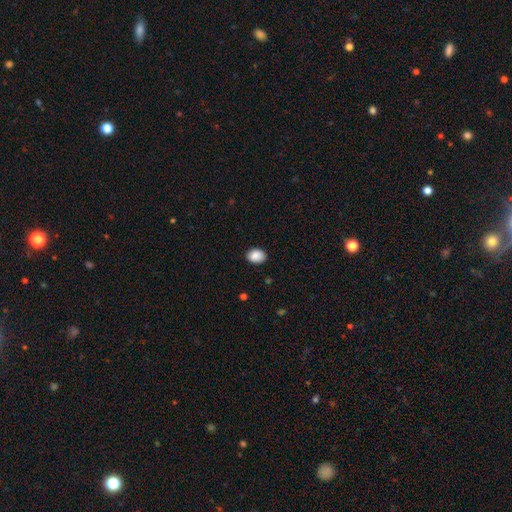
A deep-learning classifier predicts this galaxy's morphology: This is clearly a smooth galaxy (89%). How rounded: likely in between (70%). Merging: clearly none (87%).